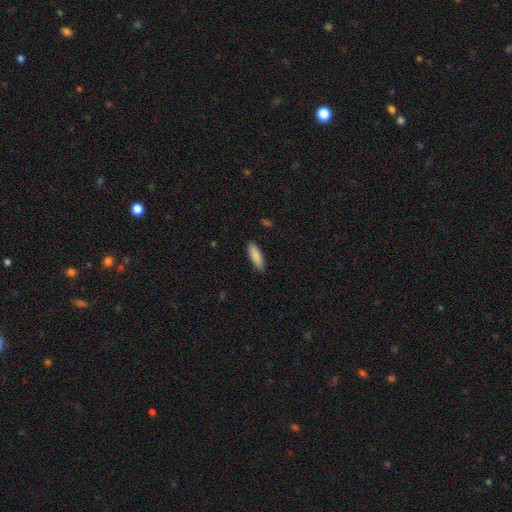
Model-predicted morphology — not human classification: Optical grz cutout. It shows a smooth galaxy with no disk features (88%) that is cigar-shaped (50%). Merging: none (89%).